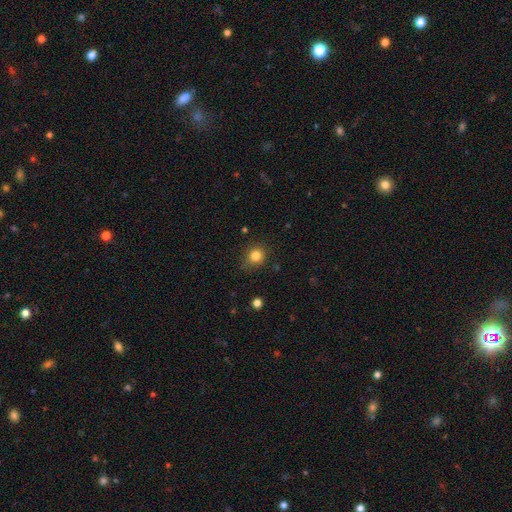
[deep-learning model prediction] smooth-or-featured: smooth: 83% | star or artifact: 12% | featured or disk: 5%
  how-rounded: round: 81% | in between: 18% | cigar-shaped: 1%
  merging: none: 78% | minor disturbance: 17% | major disturbance: 4% | merger: 2%